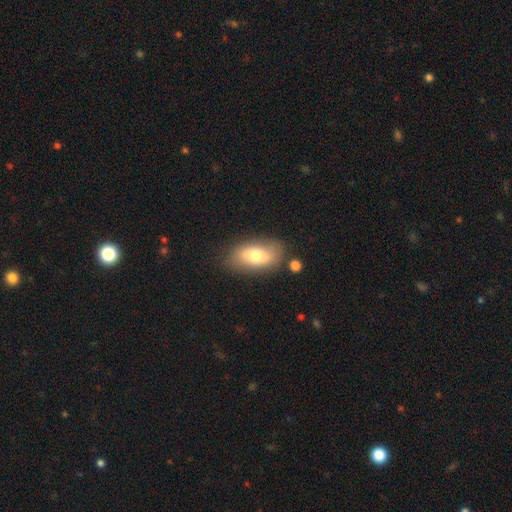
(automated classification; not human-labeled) smooth-or-featured: smooth: 68% | featured or disk: 25% | star or artifact: 7%
  how-rounded: in between: 90% | round: 6% | cigar-shaped: 4%
  merging: none: 76% | minor disturbance: 15% | merger: 5% | major disturbance: 4%